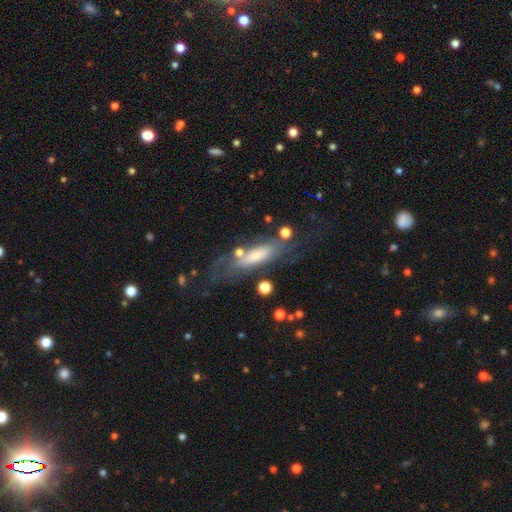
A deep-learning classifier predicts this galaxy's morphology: Smooth or featured? featured or disk (50%)
Merging? none (55%)